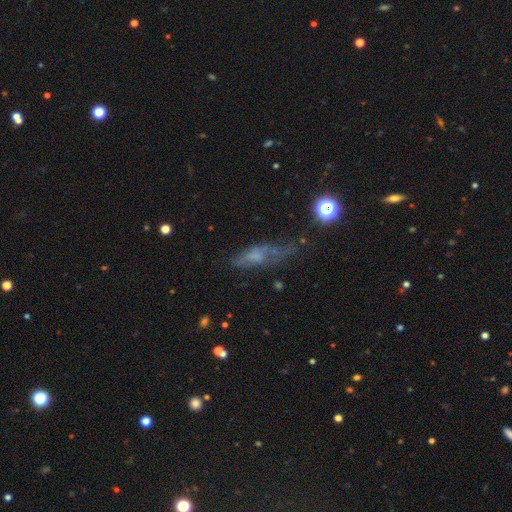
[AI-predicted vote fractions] A smooth galaxy with no disk features (41%, tied with featured or disk). Merging: none (38%).